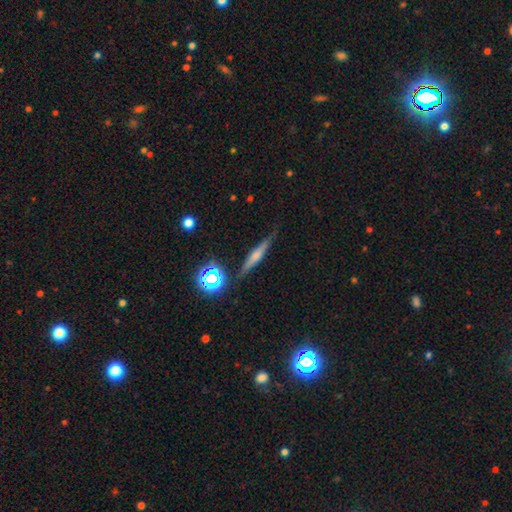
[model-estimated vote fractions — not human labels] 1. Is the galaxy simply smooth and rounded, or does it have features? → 46% featured or disk, 41% smooth, 13% star or artifact.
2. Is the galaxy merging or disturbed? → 83% none, 12% minor disturbance, 3% major disturbance, 2% merger.